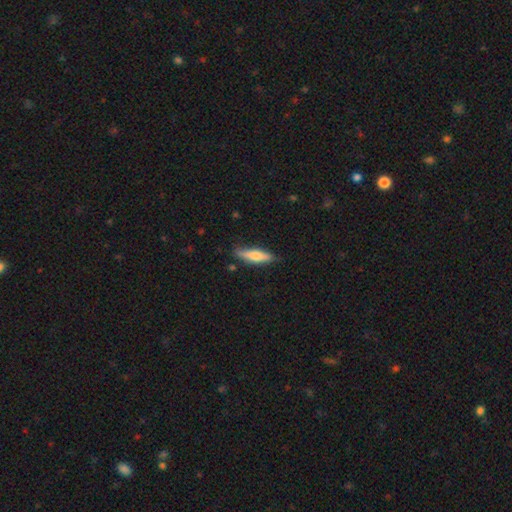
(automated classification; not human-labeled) Smooth or featured? Predicted: smooth (p=0.63). How rounded? Predicted: cigar-shaped (p=0.73). Merging? Predicted: none (p=0.81).